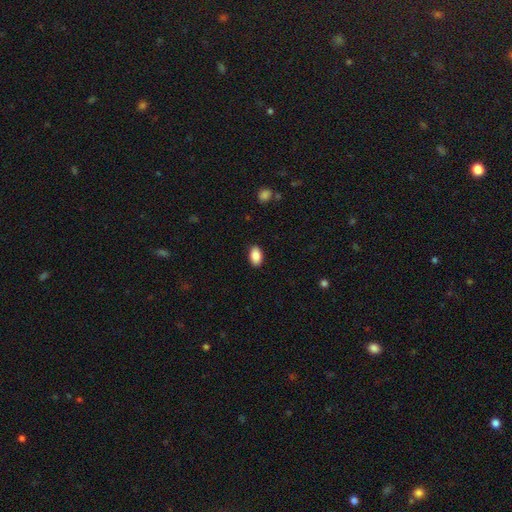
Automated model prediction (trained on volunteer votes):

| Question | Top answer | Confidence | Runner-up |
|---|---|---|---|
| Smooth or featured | smooth | 88% | star or artifact (7%) |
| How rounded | in between | 92% | round (6%) |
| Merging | none | 89% | minor disturbance (8%) |